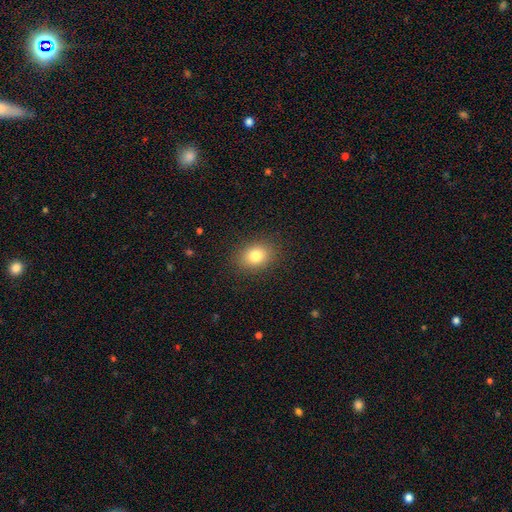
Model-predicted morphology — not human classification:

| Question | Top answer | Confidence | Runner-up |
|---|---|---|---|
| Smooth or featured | smooth | 80% | star or artifact (11%) |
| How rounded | in between | 59% | round (40%) |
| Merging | none | 88% | minor disturbance (8%) |